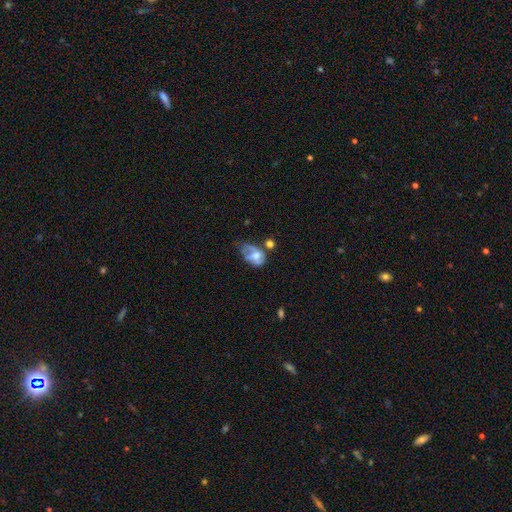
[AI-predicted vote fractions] Smooth or featured? Predicted: featured or disk (p=0.46). Merging? Predicted: major disturbance (p=0.35).